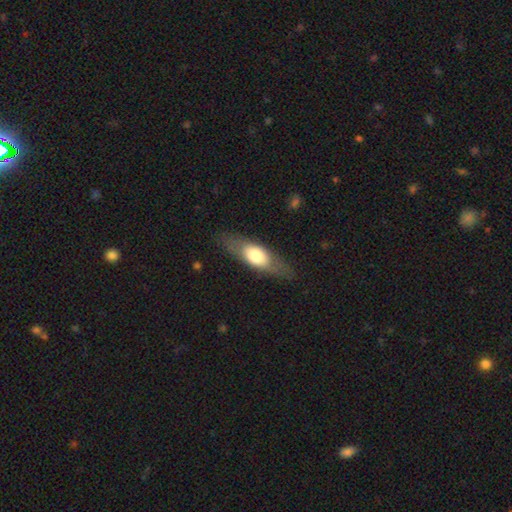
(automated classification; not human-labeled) A smooth galaxy with no disk features (55%) that is in between round and cigar-shaped (62%). Merging: none (79%).